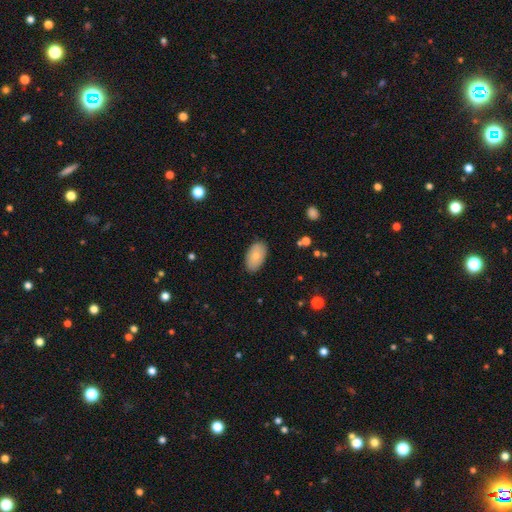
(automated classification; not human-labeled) A smooth galaxy with no disk features (81%) that is in between round and cigar-shaped (94%). Merging: none (86%).